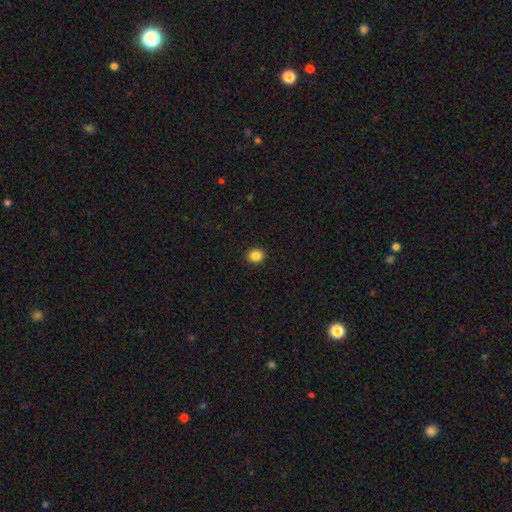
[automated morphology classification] smooth-or-featured: smooth: 86% | star or artifact: 11% | featured or disk: 3%
  how-rounded: round: 75% | in between: 24% | cigar-shaped: 1%
  merging: none: 92% | minor disturbance: 5% | major disturbance: 2% | merger: 1%